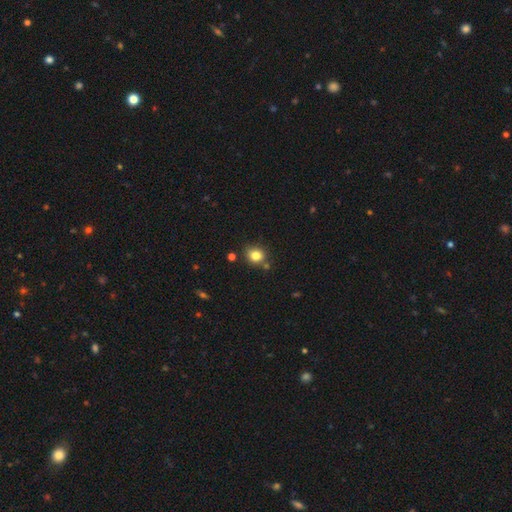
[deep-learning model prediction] A smooth galaxy with no disk features (81%) that is round (79%).

Vote fractions:
- Smooth or featured? smooth: 81% / star or artifact: 12% / featured or disk: 7%
- How rounded? round: 79% / in between: 20% / cigar-shaped: 1%
- Merging? none: 77% / minor disturbance: 12% / merger: 8% / major disturbance: 3%